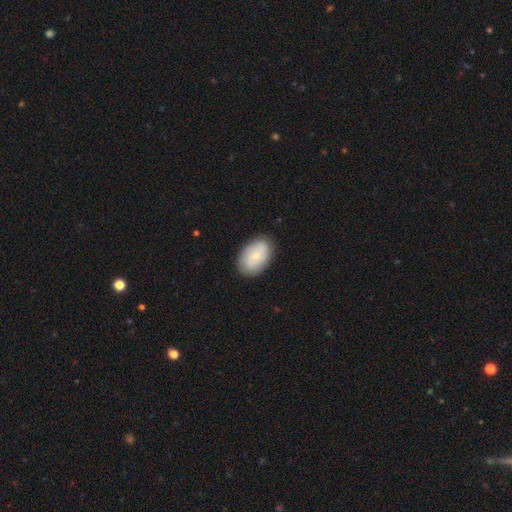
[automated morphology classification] smooth-or-featured: smooth: 63% | featured or disk: 31% | star or artifact: 7%
  how-rounded: in between: 89% | round: 10% | cigar-shaped: 1%
  merging: none: 85% | minor disturbance: 11% | major disturbance: 3% | merger: 1%